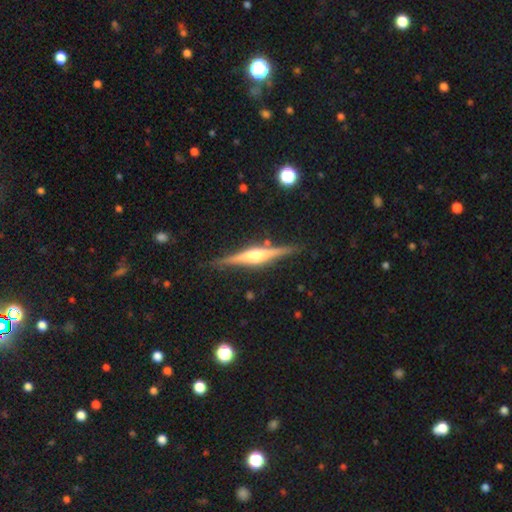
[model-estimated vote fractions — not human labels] Q: Smooth or featured?
A: featured or disk (78%); runner-up: smooth (17%)
Q: Edge-on disk?
A: yes (98%); runner-up: no (2%)
Q: Edge-on bulge?
A: rounded (88%); runner-up: boxy (8%)
Q: Merging?
A: none (86%); runner-up: minor disturbance (10%)